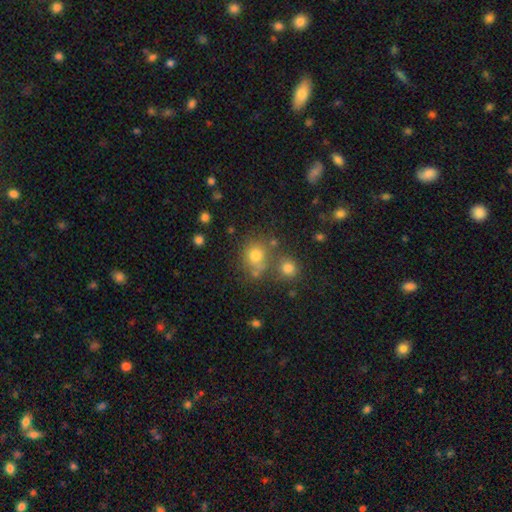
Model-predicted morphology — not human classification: smooth_or_featured: smooth (p=0.74) [alt: star or artifact p=0.17]
how_rounded: round (p=0.82) [alt: in between p=0.17]
merging: none (p=0.62) [alt: merger p=0.21]